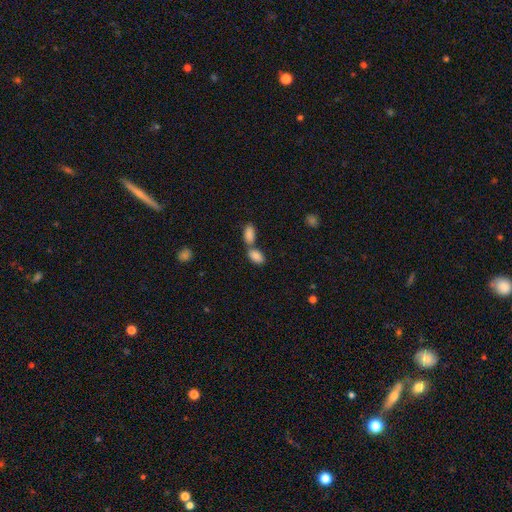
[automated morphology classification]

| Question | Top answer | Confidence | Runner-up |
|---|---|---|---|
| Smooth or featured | smooth | 86% | star or artifact (8%) |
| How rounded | in between | 93% | round (4%) |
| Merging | merger | 50% | none (38%) |